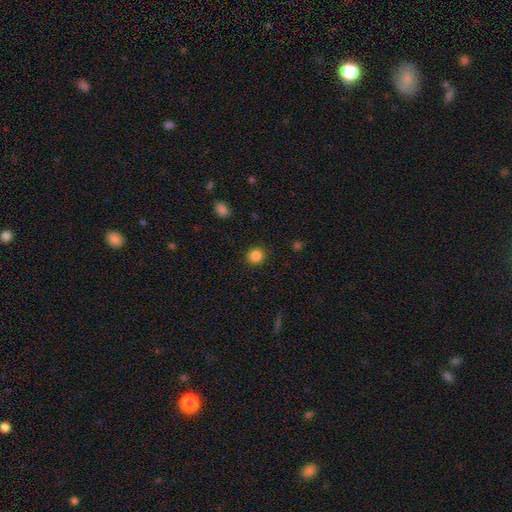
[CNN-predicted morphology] The model was most divided on "smooth or featured": smooth: 86%, star or artifact: 11%, featured or disk: 4%. More confident: merging — none (91%); how rounded — round (88%).